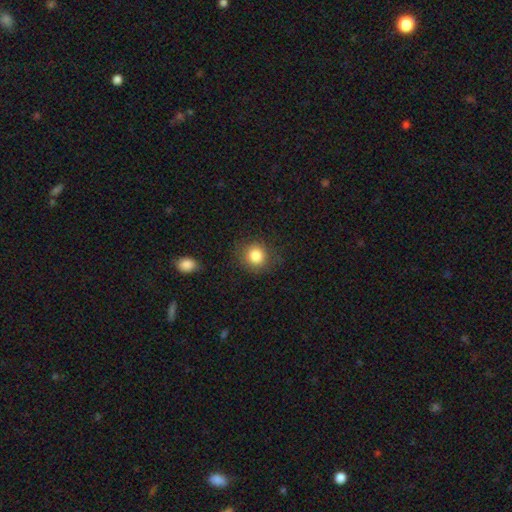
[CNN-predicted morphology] Smooth or featured: smooth — 84% (star or artifact — 10%)
How rounded: round — 84% (in between — 15%)
Merging: none — 82% (minor disturbance — 12%)